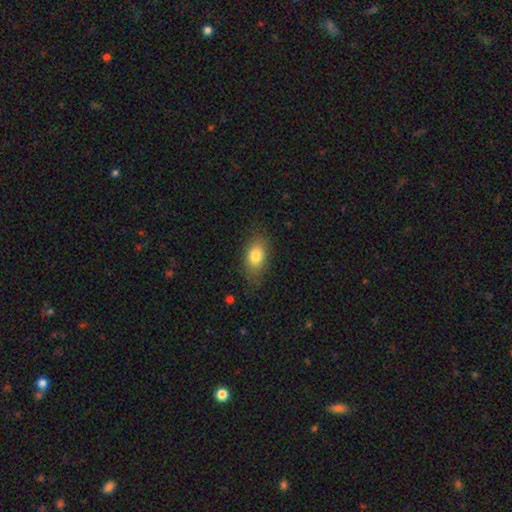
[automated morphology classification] A smooth galaxy with no disk features (80%) that is in between round and cigar-shaped (86%).

Vote fractions:
- Smooth or featured? smooth: 80% / featured or disk: 12% / star or artifact: 8%
- How rounded? in between: 86% / round: 10% / cigar-shaped: 4%
- Merging? none: 78% / minor disturbance: 16% / major disturbance: 5% / merger: 1%